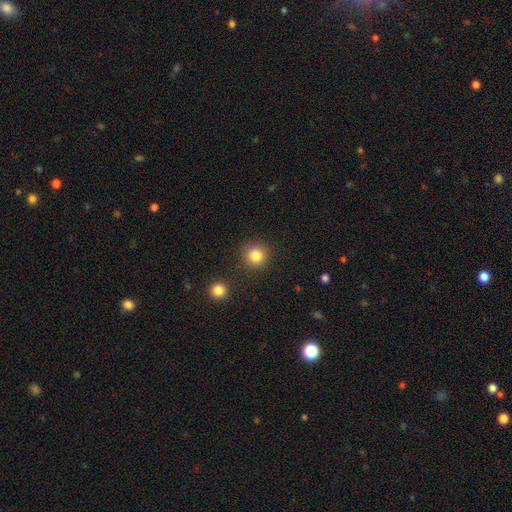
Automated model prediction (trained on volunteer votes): A smooth galaxy with no disk features (84%) that is round (94%).

Vote fractions:
- Smooth or featured? smooth: 84% / star or artifact: 11% / featured or disk: 5%
- How rounded? round: 94% / in between: 5% / cigar-shaped: 1%
- Merging? none: 88% / minor disturbance: 6% / merger: 3% / major disturbance: 2%